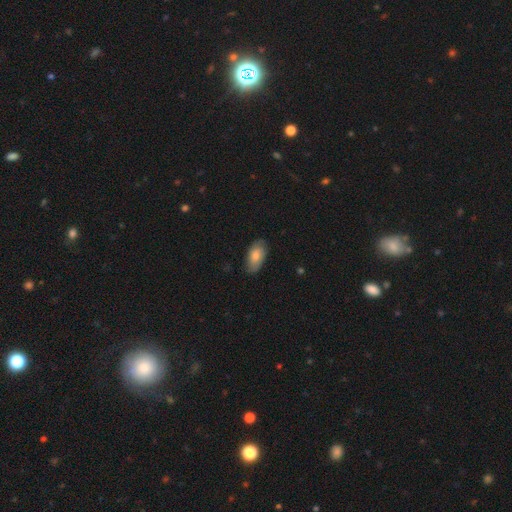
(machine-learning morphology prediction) Smooth or featured: smooth — 77% (featured or disk — 17%)
How rounded: in between — 93% (cigar-shaped — 4%)
Merging: none — 80% (minor disturbance — 16%)